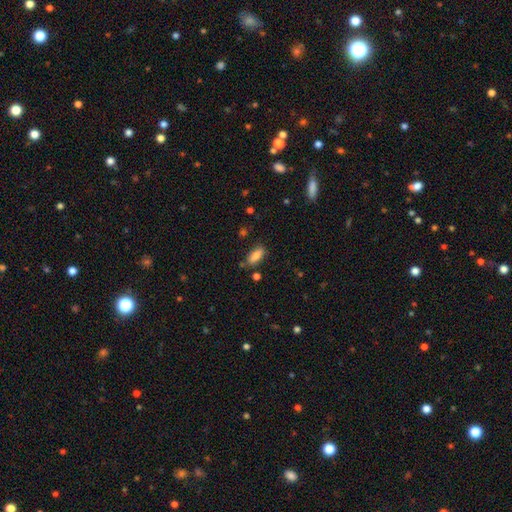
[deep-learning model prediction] The model was most divided on "how rounded": in between: 78%, cigar-shaped: 19%, round: 2%. More confident: smooth or featured — smooth (83%); merging — none (79%).